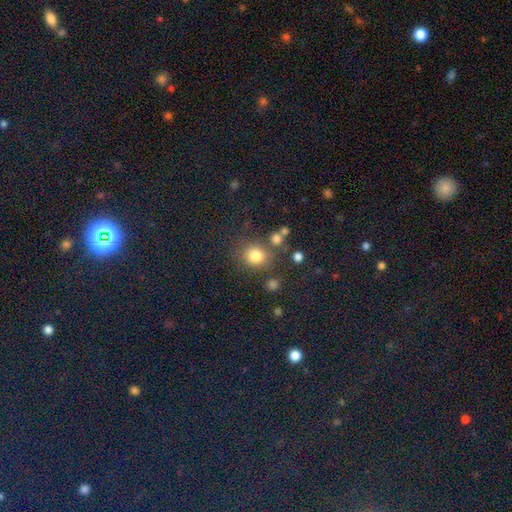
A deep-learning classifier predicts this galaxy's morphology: Overall: smooth (79%). How rounded: round (82%). Merging: none (73%).